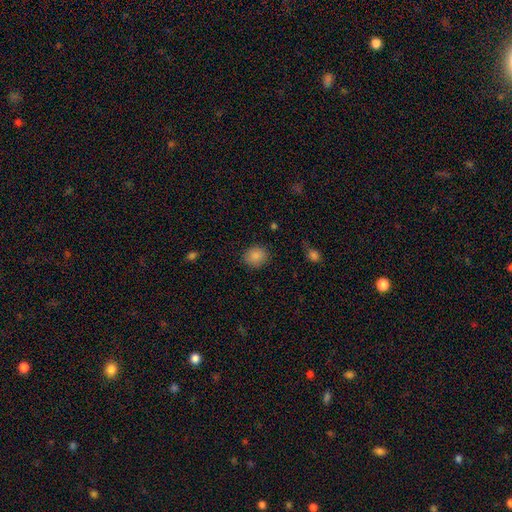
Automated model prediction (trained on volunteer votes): Q: Smooth or featured?
A: smooth (87%); runner-up: star or artifact (9%)
Q: How rounded?
A: round (72%); runner-up: in between (27%)
Q: Merging?
A: none (86%); runner-up: minor disturbance (10%)